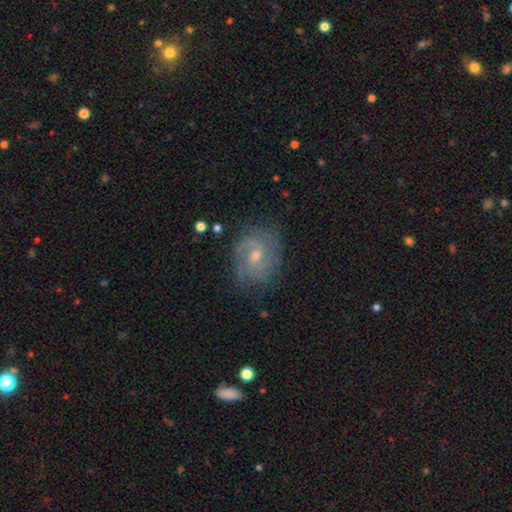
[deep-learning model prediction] This is likely a featured or disk galaxy (78%). It is clearly not viewed edge-on (97%). Bar: possibly no (49%). Spiral arm pattern: clearly yes (92%). Spiral arm count: possibly 2 (51%). Spiral winding: marginally medium (45%). Central bulge: possibly moderate (49%). Merging: likely none (69%).